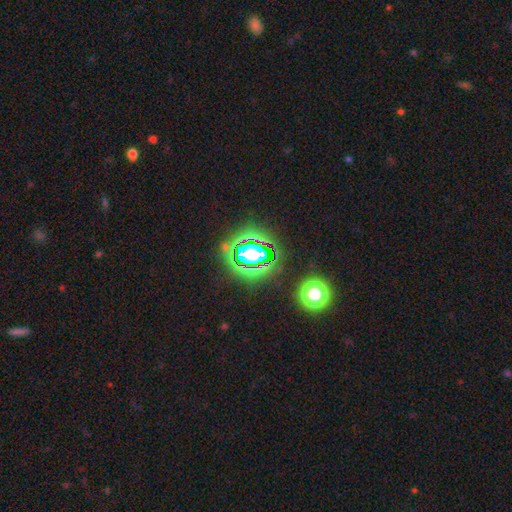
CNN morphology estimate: Smooth or featured: star or artifact — 79% (smooth — 14%)